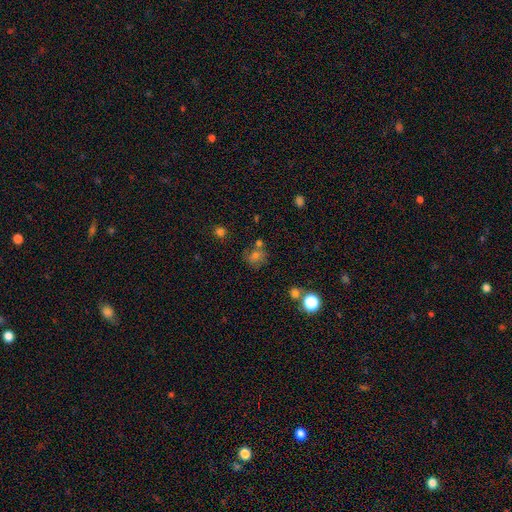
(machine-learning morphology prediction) Smooth or featured?
  - smooth: 62% *
  - star or artifact: 25%
  - featured or disk: 14%
How rounded?
  - round: 74% *
  - in between: 25%
  - cigar-shaped: 1%
Merging?
  - none: 59% *
  - merger: 18%
  - minor disturbance: 15%
  - major disturbance: 7%